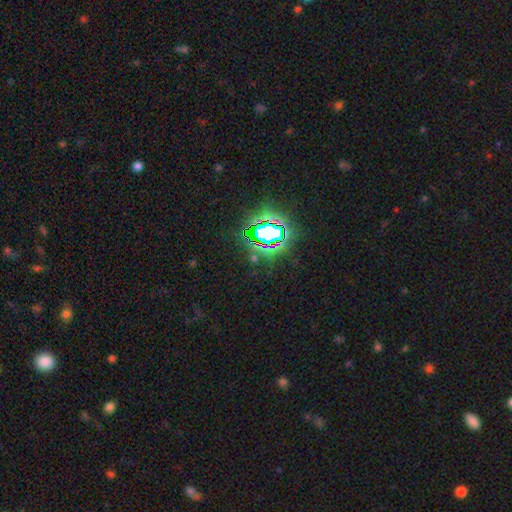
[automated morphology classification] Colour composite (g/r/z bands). It shows a star or artifact, not a galaxy (77%).